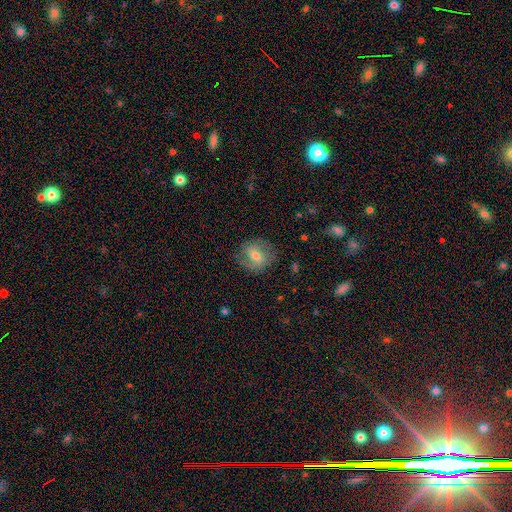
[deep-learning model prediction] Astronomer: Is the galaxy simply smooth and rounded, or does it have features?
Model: smooth — 50% (runner-up: featured or disk, 41%).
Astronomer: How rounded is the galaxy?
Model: round — 65%.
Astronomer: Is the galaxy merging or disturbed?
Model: none — 72%.